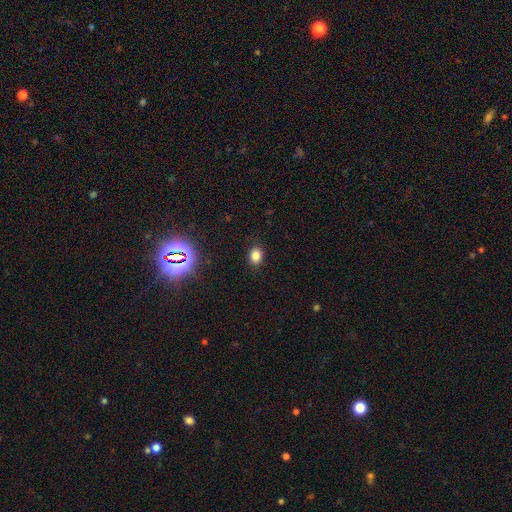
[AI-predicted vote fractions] Smooth or featured: smooth — 81% (star or artifact — 14%)
How rounded: in between — 61% (round — 38%)
Merging: none — 88% (minor disturbance — 9%)